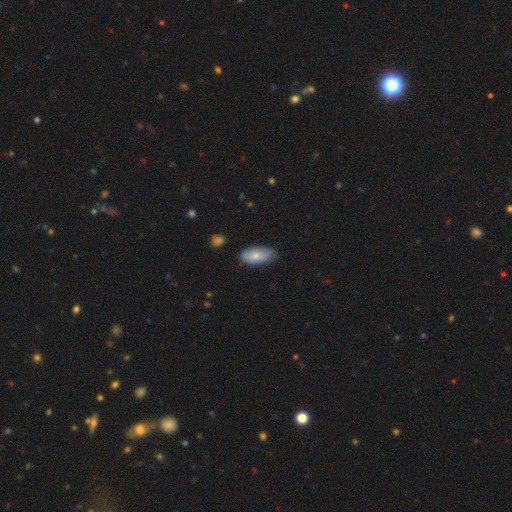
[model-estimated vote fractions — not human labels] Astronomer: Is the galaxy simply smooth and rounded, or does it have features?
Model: smooth — 81%.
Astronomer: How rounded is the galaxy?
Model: in between — 89%.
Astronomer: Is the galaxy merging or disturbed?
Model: none — 76%.